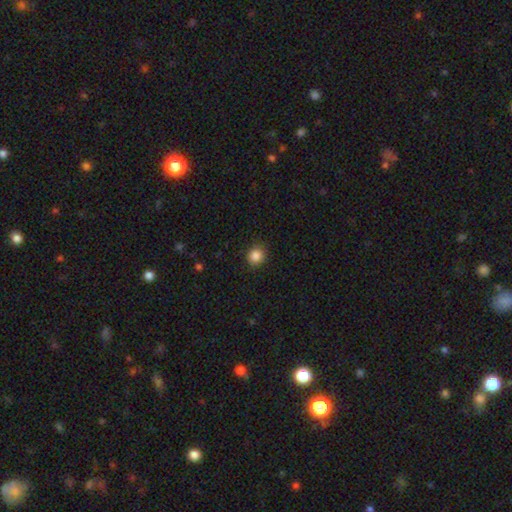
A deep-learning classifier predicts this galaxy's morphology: Q: Smooth or featured?
A: smooth (86%); runner-up: star or artifact (10%)
Q: How rounded?
A: round (88%); runner-up: in between (11%)
Q: Merging?
A: none (89%); runner-up: minor disturbance (8%)